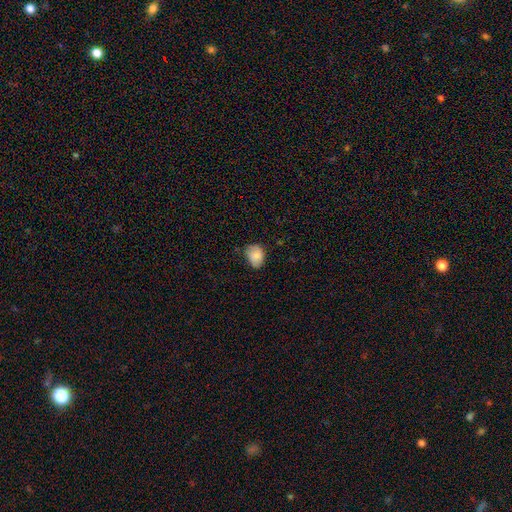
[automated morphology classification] type=smooth (81%); roundness=in between (63%); merging=none (57%).